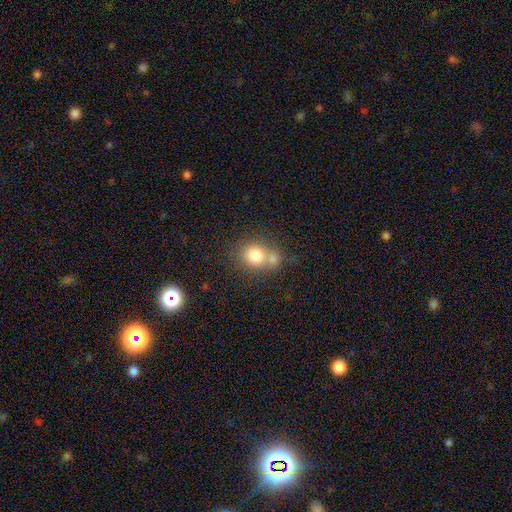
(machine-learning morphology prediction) Q: Smooth or featured?
A: smooth (79%); runner-up: featured or disk (11%)
Q: How rounded?
A: round (79%); runner-up: in between (20%)
Q: Merging?
A: merger (45%); runner-up: none (42%)